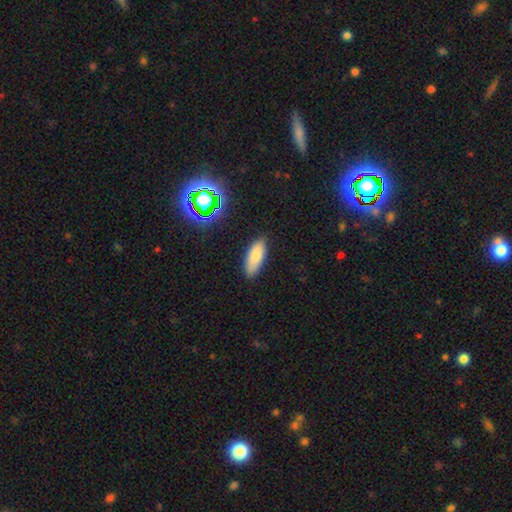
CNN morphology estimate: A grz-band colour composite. It shows a smooth galaxy with no disk features (82%) that is in between round and cigar-shaped (79%). Merging: none (84%).